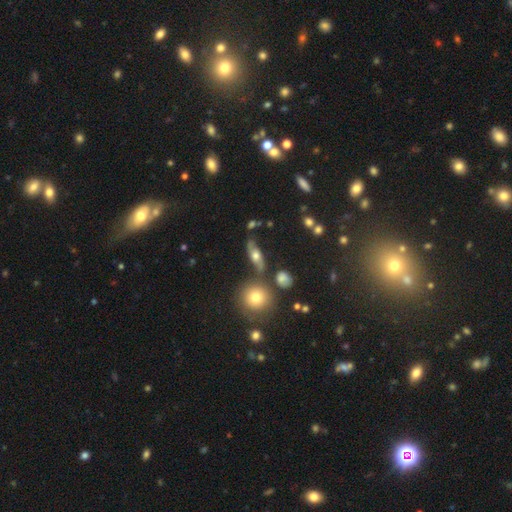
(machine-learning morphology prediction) Smooth or featured?
  - smooth: 49% *
  - featured or disk: 41%
  - star or artifact: 11%
Merging?
  - none: 68% *
  - minor disturbance: 17%
  - merger: 9%
  - major disturbance: 7%